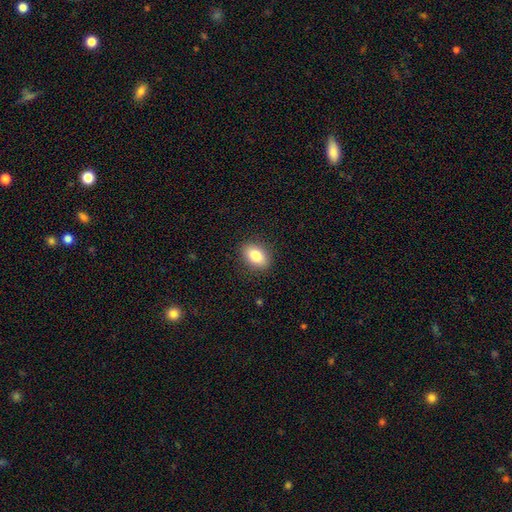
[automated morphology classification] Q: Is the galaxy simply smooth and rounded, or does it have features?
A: smooth — 83%.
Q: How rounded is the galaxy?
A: in between — 83%.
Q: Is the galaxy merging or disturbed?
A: none — 88%.